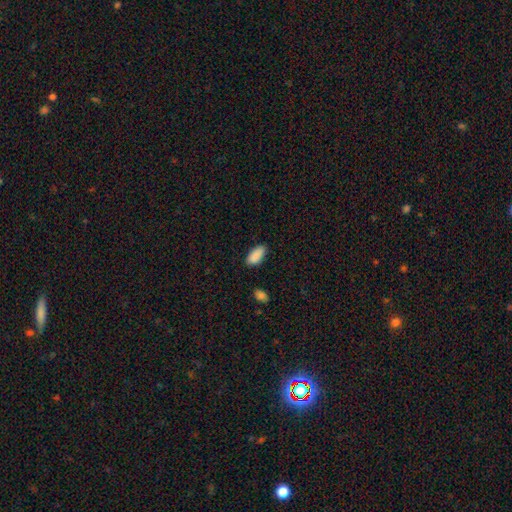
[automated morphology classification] A smooth galaxy with no disk features (90%) that is in between round and cigar-shaped (90%). Merging: none (83%).